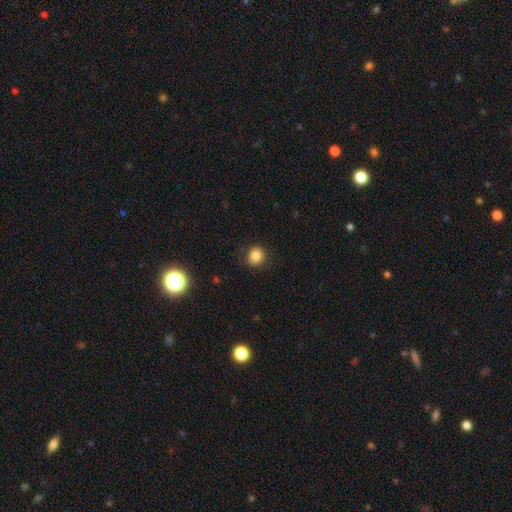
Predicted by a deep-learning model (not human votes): Morphology: type=smooth (83%); roundness=round (76%); merging=none (85%).